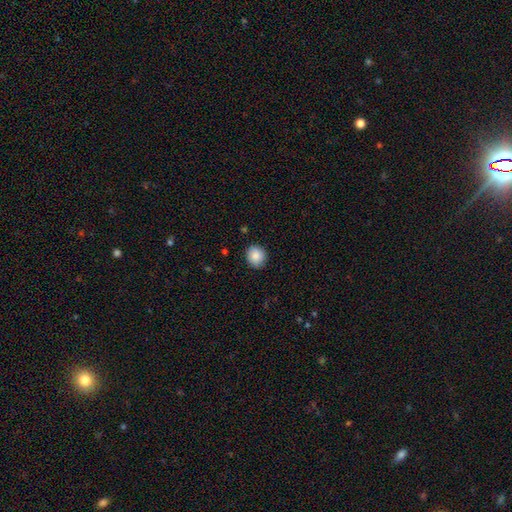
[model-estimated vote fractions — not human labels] smooth 87%, star or artifact 8%, featured or disk 5%. Down the decision tree: how rounded — round (80%); merging — none (89%).